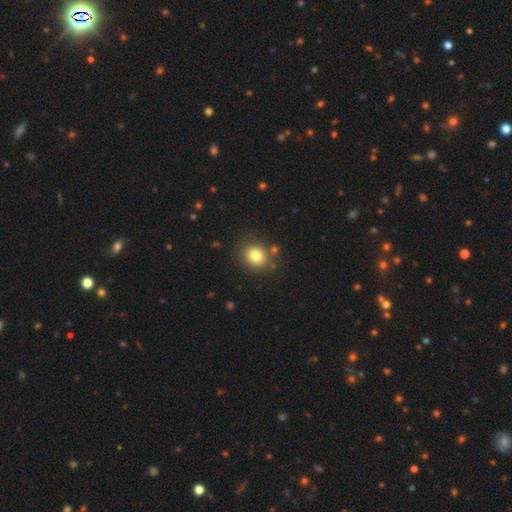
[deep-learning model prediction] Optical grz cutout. It shows a smooth galaxy with no disk features (81%) that is round (74%). Merging: none (82%).